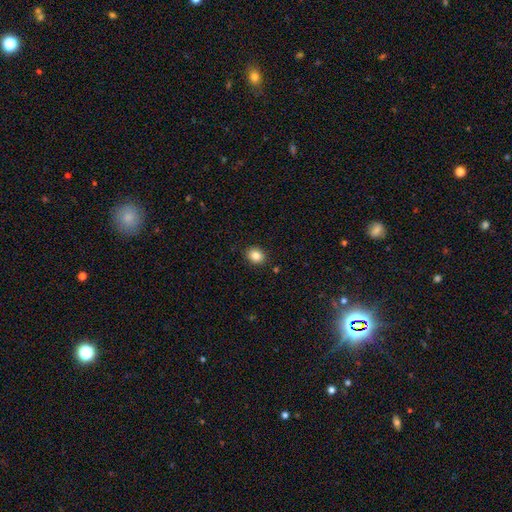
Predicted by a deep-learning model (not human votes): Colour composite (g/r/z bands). It shows a smooth galaxy with no disk features (85%) that is round (57%). Merging: none (89%).